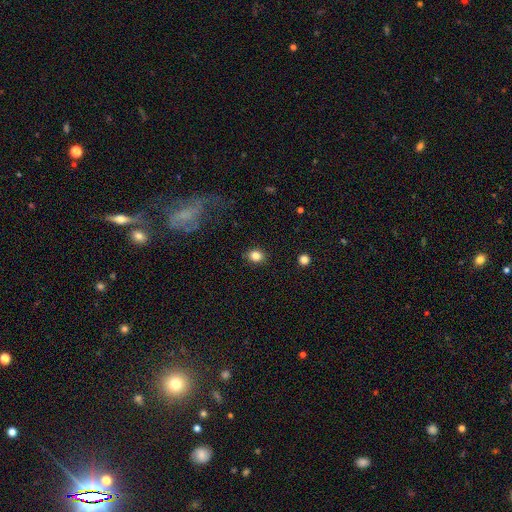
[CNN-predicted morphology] Q: Smooth or featured?
A: smooth (84%); runner-up: star or artifact (10%)
Q: How rounded?
A: round (53%); runner-up: in between (46%)
Q: Merging?
A: none (88%); runner-up: minor disturbance (9%)